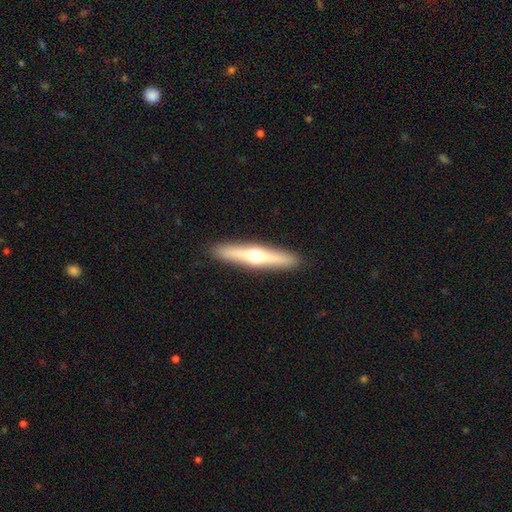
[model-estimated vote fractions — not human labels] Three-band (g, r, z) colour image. It shows a featured or disk galaxy (59%) viewed edge-on (95%) with a rounded central bulge (93%). Merging: none (91%).